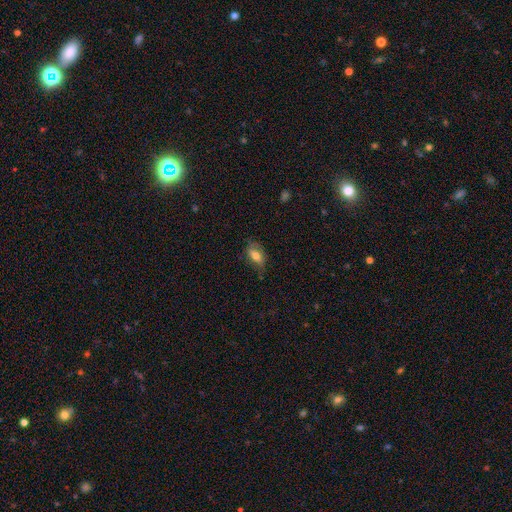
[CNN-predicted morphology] smooth-or-featured: smooth: 70% | featured or disk: 22% | star or artifact: 8%
  how-rounded: in between: 86% | cigar-shaped: 8% | round: 6%
  merging: none: 67% | minor disturbance: 25% | major disturbance: 6% | merger: 2%